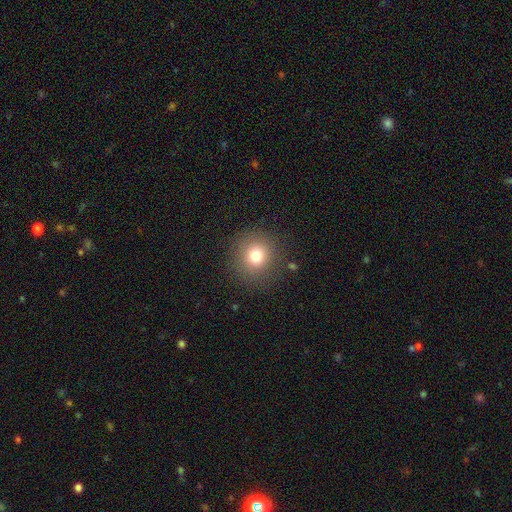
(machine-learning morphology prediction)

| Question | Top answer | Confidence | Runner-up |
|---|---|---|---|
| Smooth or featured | smooth | 77% | star or artifact (13%) |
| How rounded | round | 90% | in between (9%) |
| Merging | none | 87% | minor disturbance (8%) |